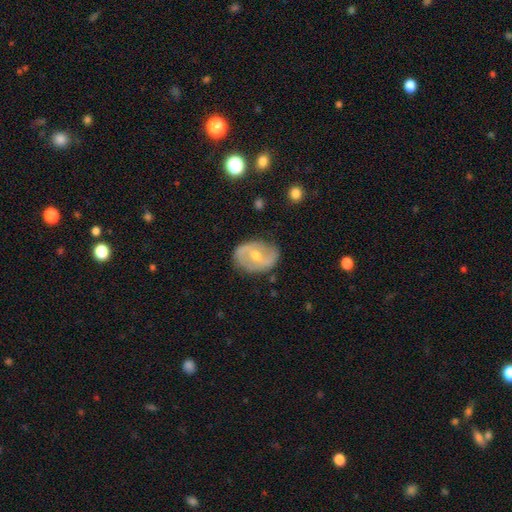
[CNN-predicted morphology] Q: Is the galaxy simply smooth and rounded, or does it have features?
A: featured or disk — 77%.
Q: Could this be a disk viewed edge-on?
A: no — 96%.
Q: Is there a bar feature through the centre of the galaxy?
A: weak — 47%.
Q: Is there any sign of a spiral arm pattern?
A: yes — 84%.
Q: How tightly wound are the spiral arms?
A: medium — 43%.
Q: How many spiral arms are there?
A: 2 — 88%.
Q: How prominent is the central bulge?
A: moderate — 52%.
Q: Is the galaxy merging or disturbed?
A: none — 80%.